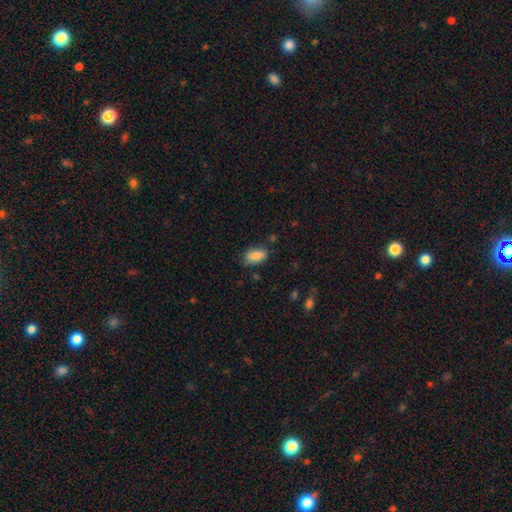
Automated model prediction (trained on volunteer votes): Q: Smooth or featured?
A: smooth (86%); runner-up: star or artifact (7%)
Q: How rounded?
A: in between (91%); runner-up: cigar-shaped (5%)
Q: Merging?
A: none (70%); runner-up: minor disturbance (22%)